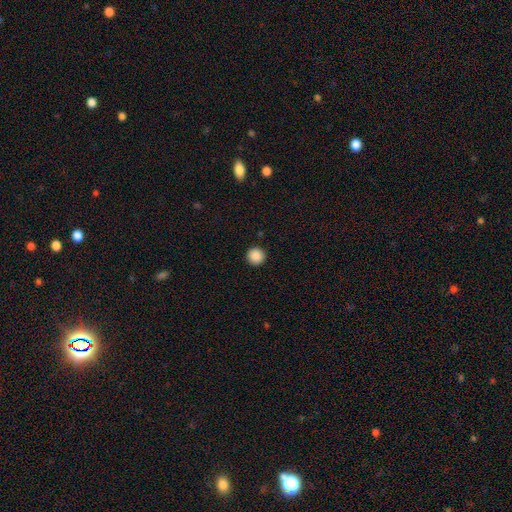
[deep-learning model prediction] smooth_or_featured: smooth (p=0.89) [alt: star or artifact p=0.09]
how_rounded: round (p=0.96) [alt: in between p=0.03]
merging: none (p=0.93) [alt: minor disturbance p=0.05]